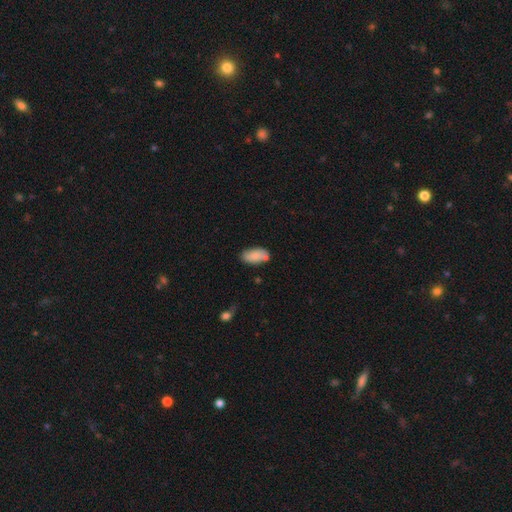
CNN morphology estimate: This appears to be a smooth galaxy with no disk features (81%) that is in between round and cigar-shaped (92%). Merging: none (65%).